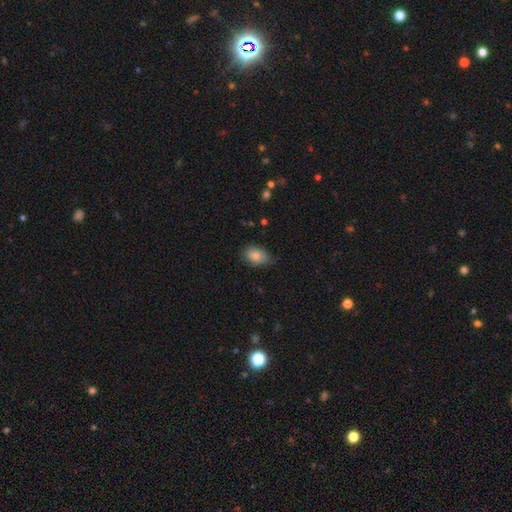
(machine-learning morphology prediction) This appears to be a smooth galaxy with no disk features (84%) that is in between round and cigar-shaped (82%). Merging: none (62%).